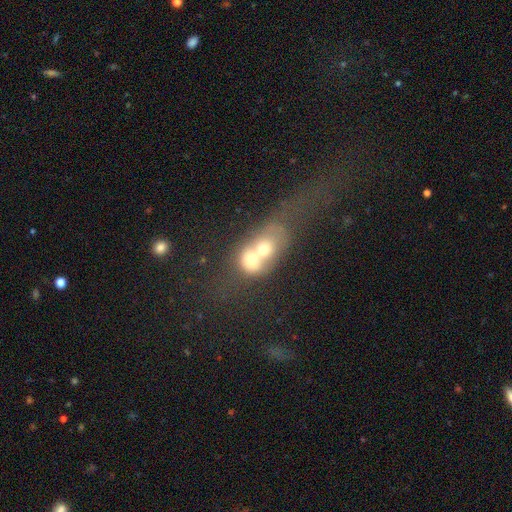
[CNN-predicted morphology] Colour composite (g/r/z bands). It shows a smooth galaxy with no disk features (51%) that is in between round and cigar-shaped (55%). Merging: merger (77%).